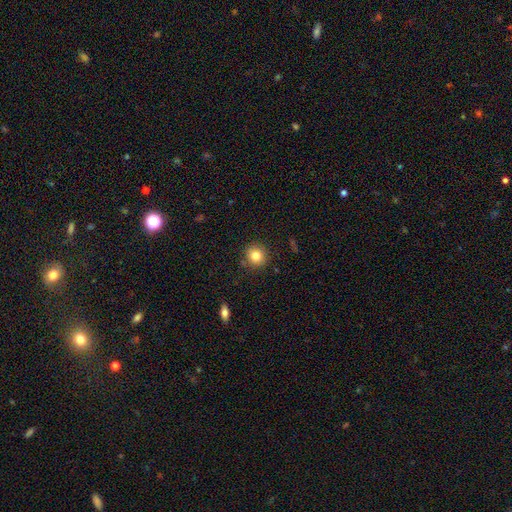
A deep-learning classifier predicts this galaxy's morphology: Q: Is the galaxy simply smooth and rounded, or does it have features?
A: smooth — 82%.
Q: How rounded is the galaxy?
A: round — 90%.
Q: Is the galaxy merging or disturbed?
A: none — 87%.